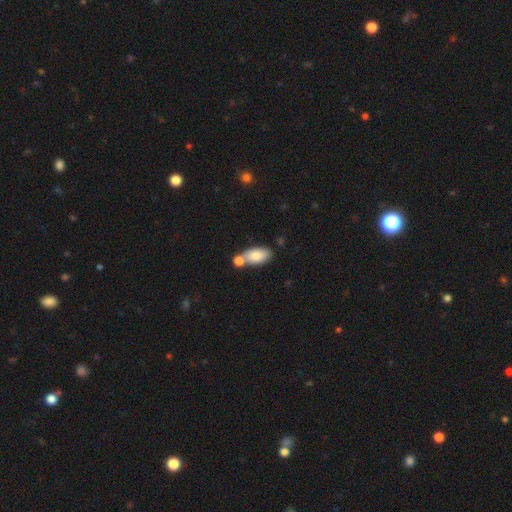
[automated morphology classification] Smooth or featured? Predicted: smooth (p=0.80). How rounded? Predicted: in between (p=0.90). Merging? Predicted: none (p=0.48).